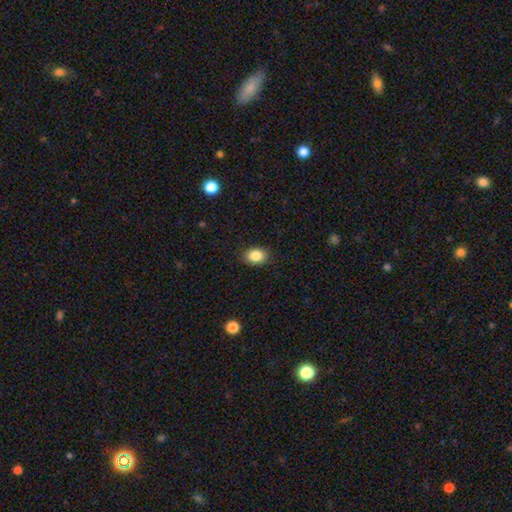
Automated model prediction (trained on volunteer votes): Q: Smooth or featured?
A: smooth (86%); runner-up: star or artifact (9%)
Q: How rounded?
A: in between (66%); runner-up: round (33%)
Q: Merging?
A: none (87%); runner-up: minor disturbance (9%)